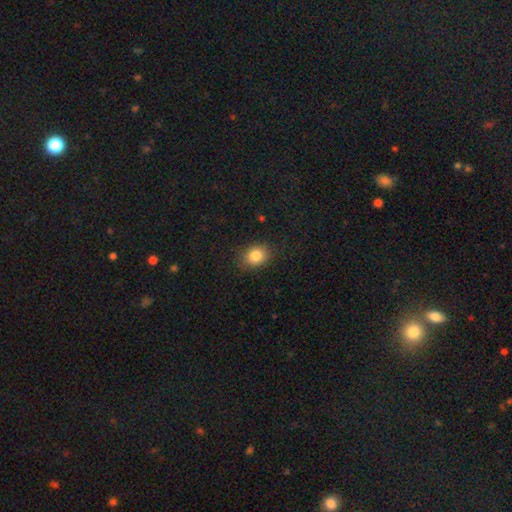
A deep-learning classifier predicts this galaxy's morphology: Smooth or featured: smooth — 84% (star or artifact — 10%)
How rounded: round — 53% (in between — 46%)
Merging: none — 85% (minor disturbance — 11%)